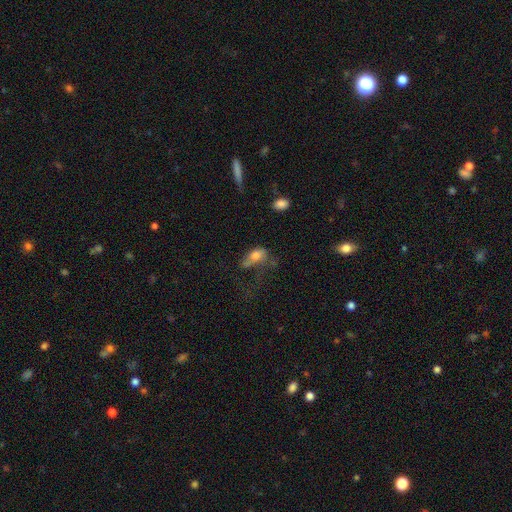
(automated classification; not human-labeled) Q: Smooth or featured?
A: smooth (68%); runner-up: featured or disk (23%)
Q: How rounded?
A: in between (82%); runner-up: round (10%)
Q: Merging?
A: major disturbance (49%); runner-up: minor disturbance (22%)